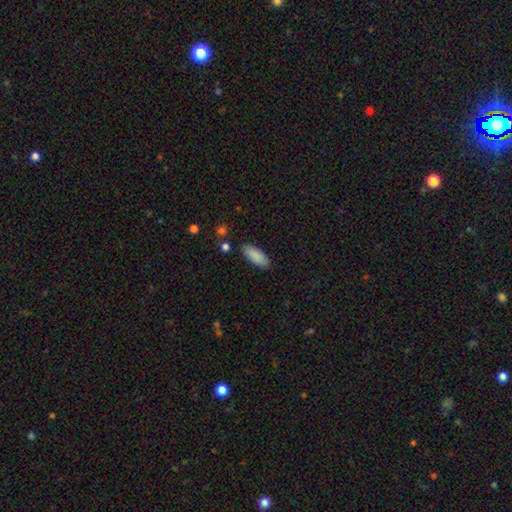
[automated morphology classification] smooth-or-featured: smooth: 89% | star or artifact: 6% | featured or disk: 5%
  how-rounded: in between: 77% | cigar-shaped: 22% | round: 2%
  merging: none: 87% | minor disturbance: 9% | major disturbance: 2% | merger: 2%